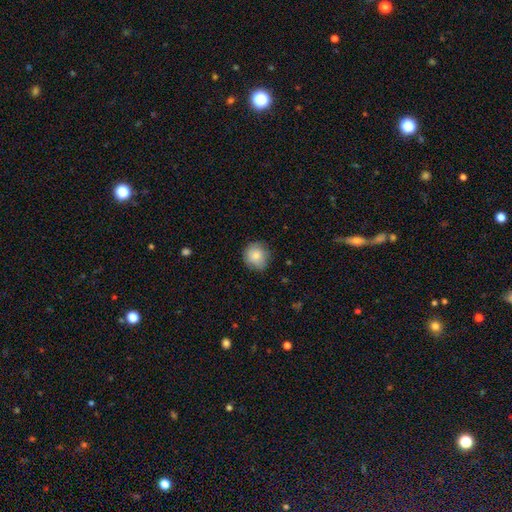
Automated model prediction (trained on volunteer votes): Q: Smooth or featured?
A: smooth (83%); runner-up: featured or disk (9%)
Q: How rounded?
A: round (86%); runner-up: in between (13%)
Q: Merging?
A: none (75%); runner-up: minor disturbance (20%)